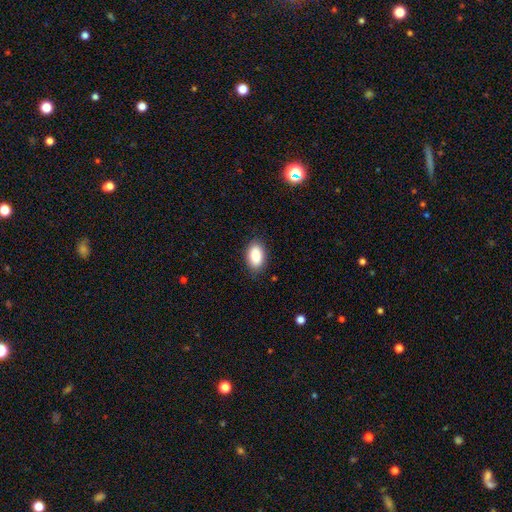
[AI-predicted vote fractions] Smooth or featured: smooth — 88% (star or artifact — 7%)
How rounded: in between — 92% (round — 6%)
Merging: none — 86% (minor disturbance — 11%)